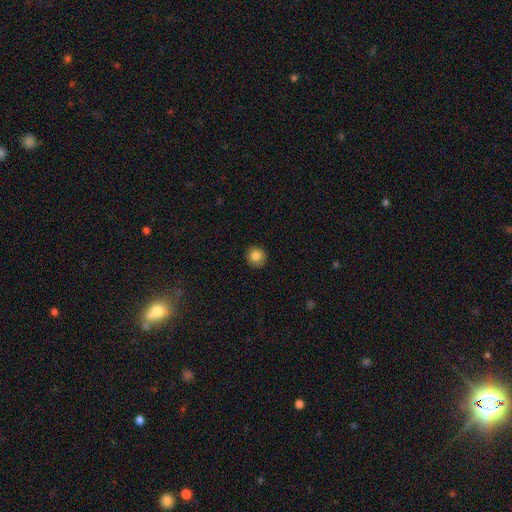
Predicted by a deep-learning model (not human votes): Morphology: type=smooth (83%); roundness=round (92%); merging=none (91%).